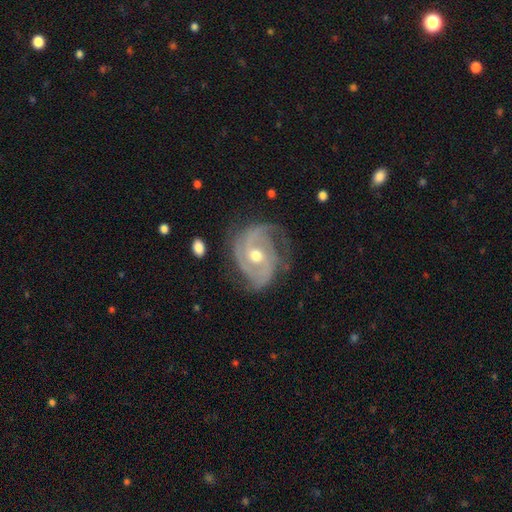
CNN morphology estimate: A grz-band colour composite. It shows a featured or disk galaxy (90%) with no bar (55%), 2 (38%) tight (51%) spiral arms (97%) and a moderate central bulge (71%). Merging: none (66%).